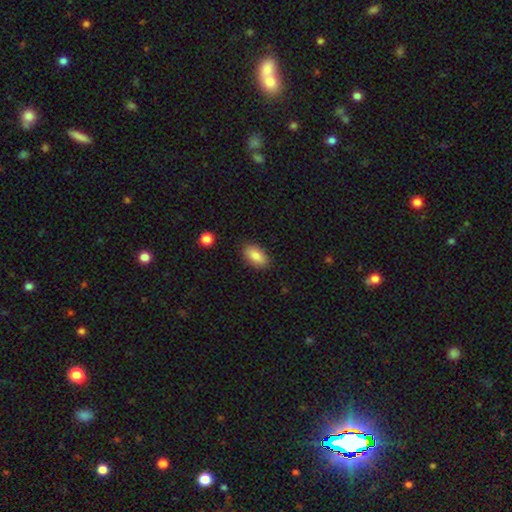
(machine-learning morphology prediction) Smooth or featured?
  - smooth: 84% *
  - featured or disk: 9%
  - star or artifact: 7%
How rounded?
  - in between: 91% *
  - cigar-shaped: 5%
  - round: 4%
Merging?
  - none: 85% *
  - minor disturbance: 11%
  - major disturbance: 2%
  - merger: 1%